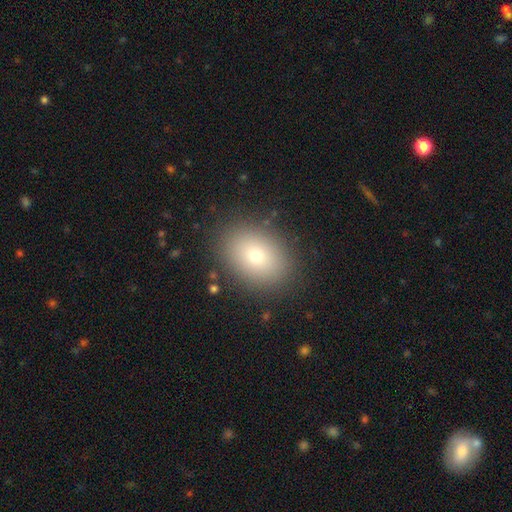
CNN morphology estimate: A smooth galaxy with no disk features (74%) that is in between round and cigar-shaped (67%).

Vote fractions:
- Smooth or featured? smooth: 74% / featured or disk: 13% / star or artifact: 13%
- How rounded? in between: 67% / round: 32% / cigar-shaped: 1%
- Merging? none: 87% / minor disturbance: 8% / major disturbance: 3% / merger: 1%